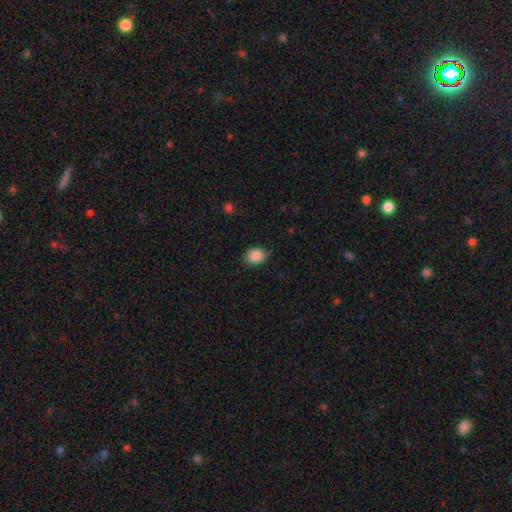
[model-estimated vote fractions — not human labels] The model was most divided on "how rounded": in between: 51%, round: 48%, cigar-shaped: 1%. More confident: smooth or featured — smooth (89%); merging — none (80%).